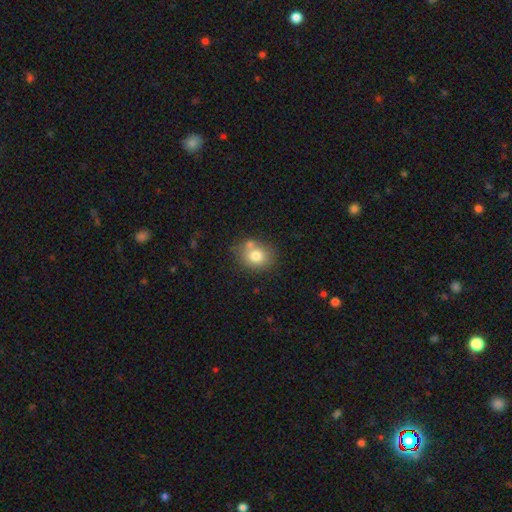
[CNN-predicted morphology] smooth-or-featured: smooth: 76% | featured or disk: 14% | star or artifact: 10%
  how-rounded: round: 58% | in between: 41% | cigar-shaped: 1%
  merging: none: 58% | merger: 22% | minor disturbance: 15% | major disturbance: 4%